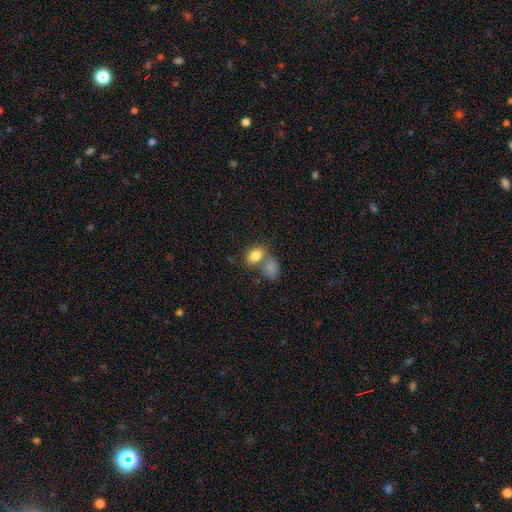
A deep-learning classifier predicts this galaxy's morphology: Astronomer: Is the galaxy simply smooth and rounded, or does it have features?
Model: smooth — 81%.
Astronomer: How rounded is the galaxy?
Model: in between — 83%.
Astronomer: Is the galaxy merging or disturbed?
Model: merger — 50% (runner-up: none, 34%).